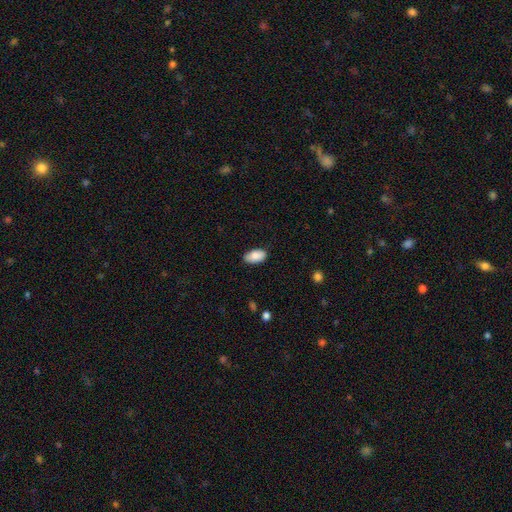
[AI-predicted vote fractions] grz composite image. It shows a smooth galaxy with no disk features (86%) that is in between round and cigar-shaped (95%). Merging: none (82%).